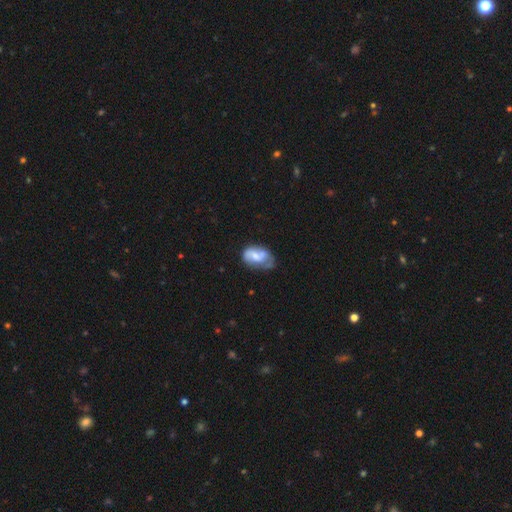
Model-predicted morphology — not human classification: This is possibly a smooth galaxy (47%). Merging: marginally minor disturbance (34%, tied with none).